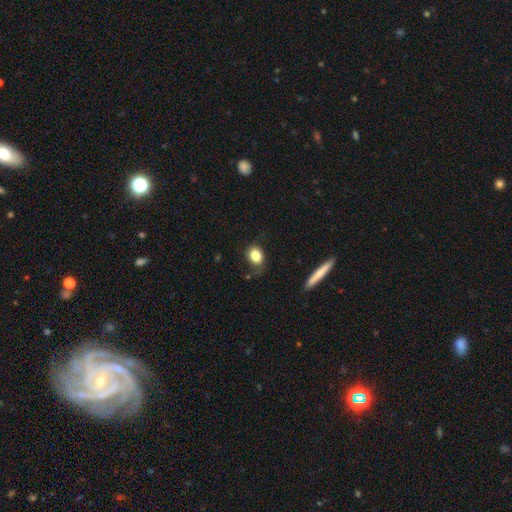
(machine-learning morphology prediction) smooth_or_featured: smooth (p=0.83) [alt: star or artifact p=0.09]
how_rounded: in between (p=0.50) [alt: round p=0.48]
merging: none (p=0.68) [alt: minor disturbance p=0.22]